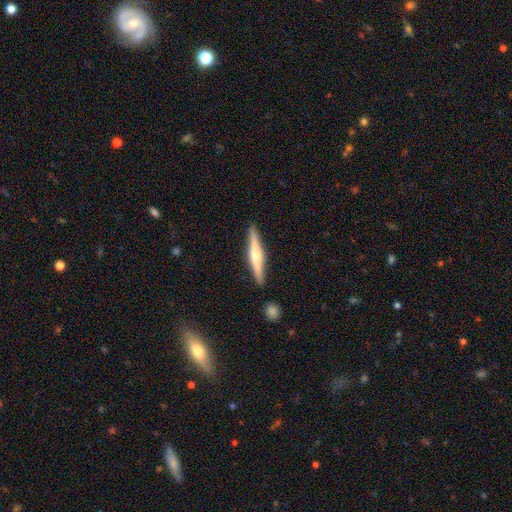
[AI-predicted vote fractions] Smooth or featured? featured or disk (61%)
Edge-on disk? yes (97%)
Edge-on bulge? rounded (78%)
Merging? none (89%)